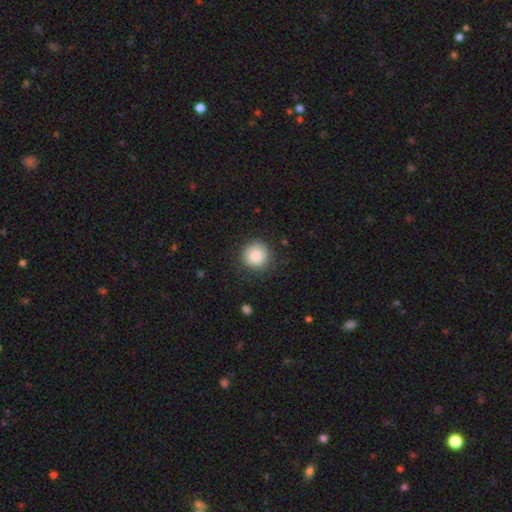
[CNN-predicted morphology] Q: Smooth or featured?
A: smooth (86%); runner-up: star or artifact (8%)
Q: How rounded?
A: round (94%); runner-up: in between (5%)
Q: Merging?
A: none (82%); runner-up: minor disturbance (12%)